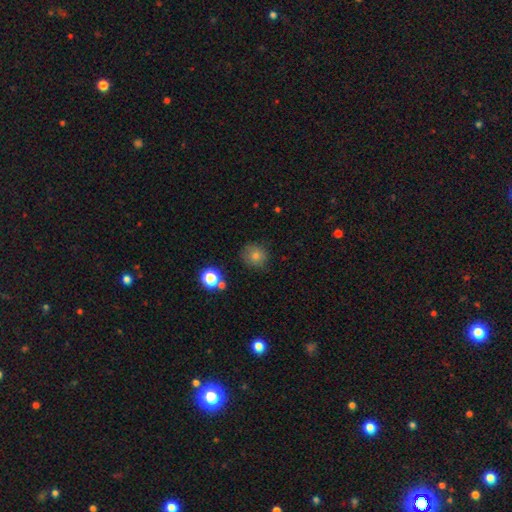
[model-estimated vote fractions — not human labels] The model was most divided on "smooth or featured": smooth: 74%, star or artifact: 15%, featured or disk: 11%. More confident: how rounded — round (87%); merging — none (81%).